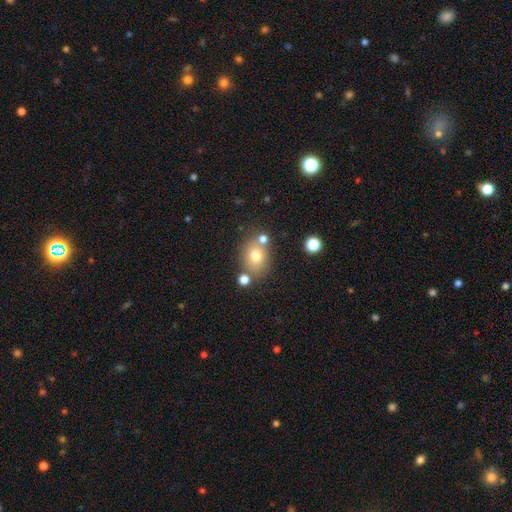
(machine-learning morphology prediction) Smooth or featured?
  - smooth: 74% *
  - featured or disk: 14%
  - star or artifact: 12%
How rounded?
  - in between: 52% *
  - round: 47%
  - cigar-shaped: 1%
Merging?
  - none: 68% *
  - merger: 14%
  - minor disturbance: 13%
  - major disturbance: 5%